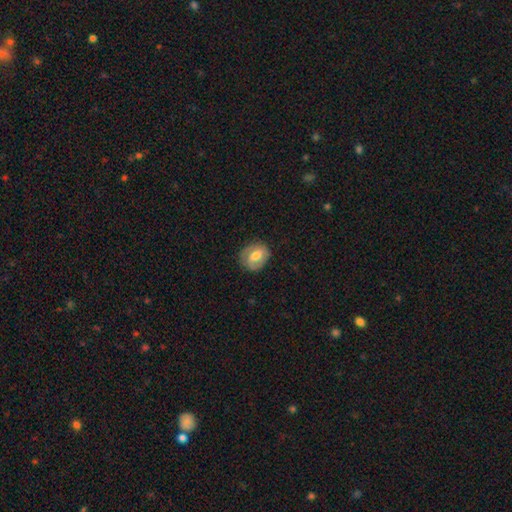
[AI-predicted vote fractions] Smooth or featured? smooth (52%)
How rounded? round (54%)
Merging? none (75%)